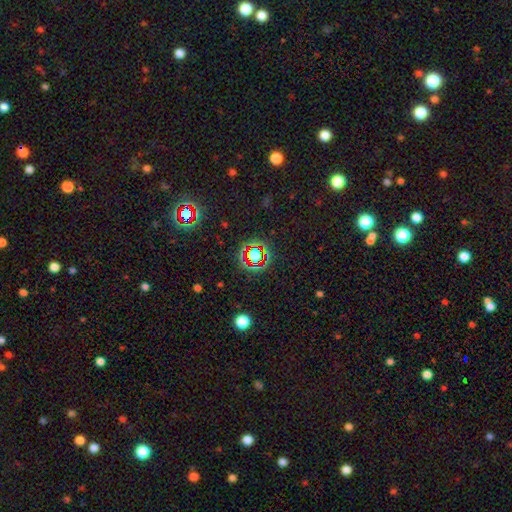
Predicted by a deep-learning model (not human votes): Smooth or featured? star or artifact (68%)